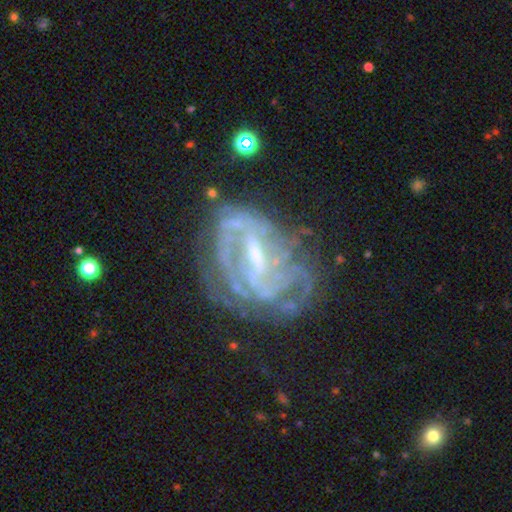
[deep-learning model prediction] Smooth or featured? Predicted: featured or disk (p=0.81). Edge-on disk? Predicted: no (p=0.96). Bar? Predicted: weak (p=0.44). Spiral arms? Predicted: yes (p=0.76). Spiral winding? Predicted: tight (p=0.53). Spiral arm count? Predicted: can't tell (p=0.51). Bulge size? Predicted: small (p=0.51). Merging? Predicted: none (p=0.55).